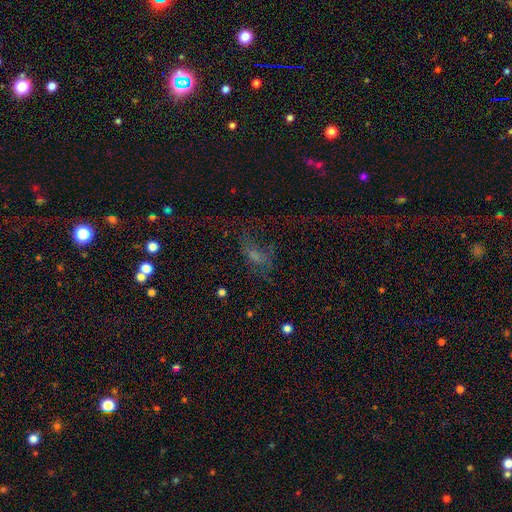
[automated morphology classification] Smooth or featured? Predicted: smooth (p=0.35). Merging? Predicted: none (p=0.42).